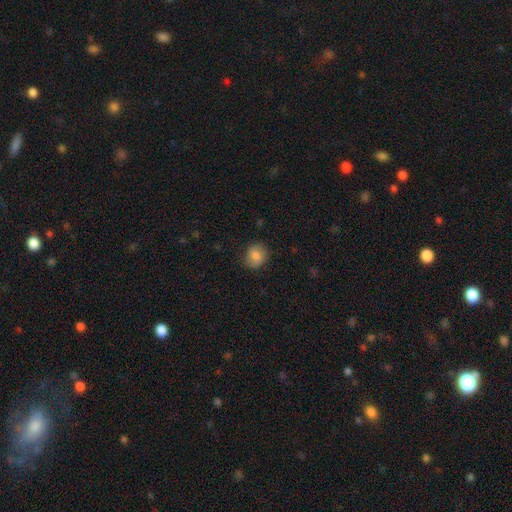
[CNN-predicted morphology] The model was most divided on "how rounded": round: 71%, in between: 28%, cigar-shaped: 1%. More confident: merging — none (82%); smooth or featured — smooth (78%).